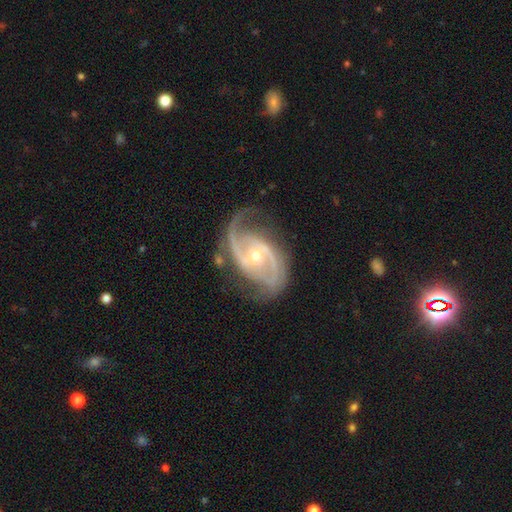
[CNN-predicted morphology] smooth-or-featured: featured or disk: 92% | star or artifact: 5% | smooth: 3%
  disk-edge-on: no: 97% | yes: 3%
    bar: no: 42% | weak: 38% | strong: 19%
    has-spiral-arms: yes: 98% | no: 2%
      spiral-winding: medium: 55% | tight: 26% | loose: 19%
      spiral-arm-count: 2: 85% | 3: 6% | can't tell: 4% | 1: 2% | 4: 2% | more than 4: 2%
    bulge-size: small: 51% | moderate: 47% | large: 1% | none: 1% | dominant: 1%
  merging: none: 68% | minor disturbance: 20% | major disturbance: 10% | merger: 2%